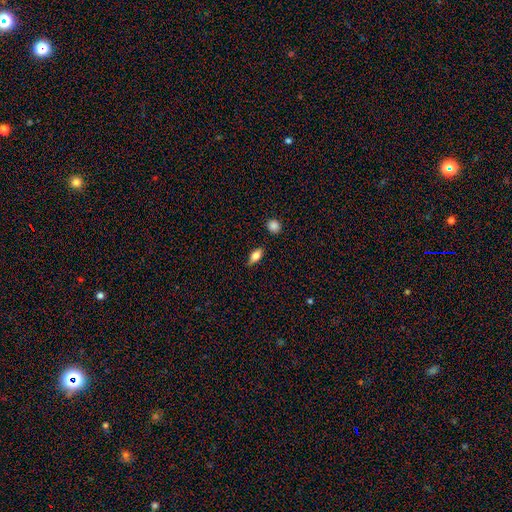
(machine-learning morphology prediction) Smooth or featured: smooth — 71% (featured or disk — 21%)
How rounded: in between — 78% (cigar-shaped — 16%)
Merging: none — 80% (minor disturbance — 15%)